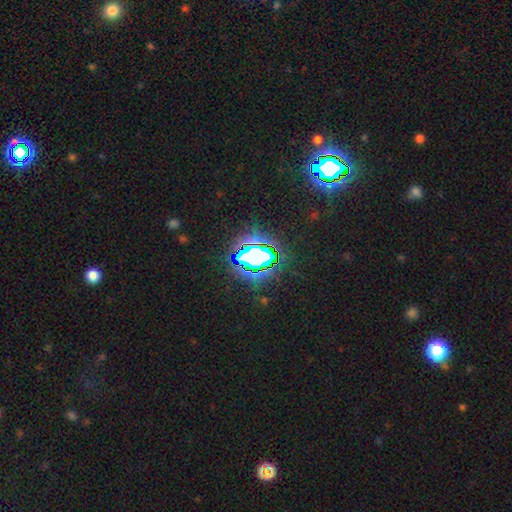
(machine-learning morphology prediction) The model was most divided on "smooth or featured": star or artifact: 73%, smooth: 17%, featured or disk: 11%.